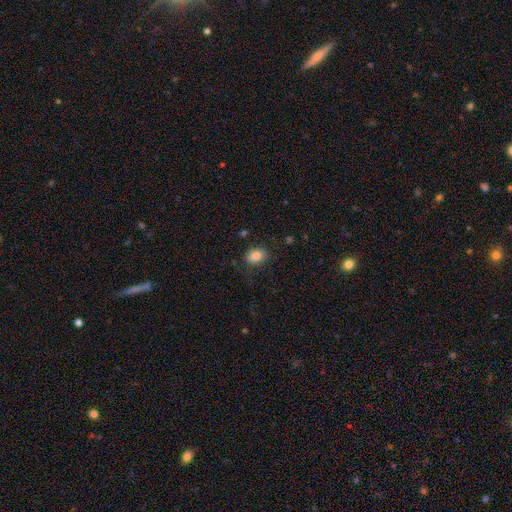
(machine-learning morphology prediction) A smooth galaxy with no disk features (84%) that is in between round and cigar-shaped (71%).

Vote fractions:
- Smooth or featured? smooth: 84% / star or artifact: 9% / featured or disk: 6%
- How rounded? in between: 71% / round: 28% / cigar-shaped: 1%
- Merging? none: 81% / minor disturbance: 13% / major disturbance: 4% / merger: 1%